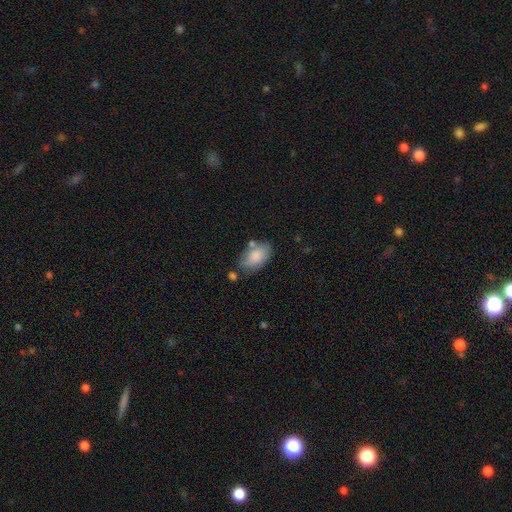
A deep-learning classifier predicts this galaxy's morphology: Overall: smooth (82%). How rounded: in between (93%). Merging: none (61%; minor disturbance 23%).